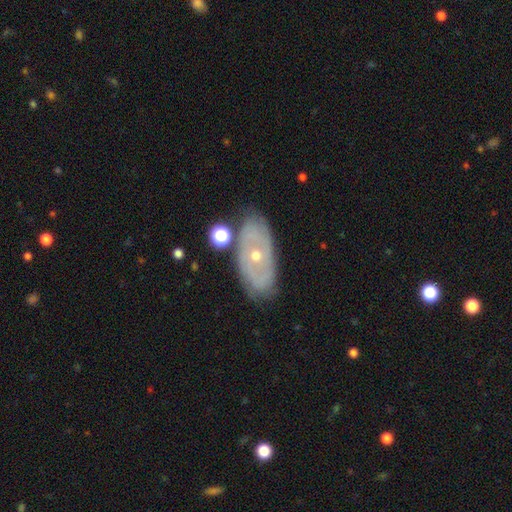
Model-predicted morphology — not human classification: smooth_or_featured: featured or disk (p=0.68) [alt: smooth p=0.24]
disk_edge_on: no (p=0.88) [alt: yes p=0.12]
bar: no (p=0.85) [alt: weak p=0.11]
has_spiral_arms: no (p=0.52) [alt: yes p=0.48]
bulge_size: small (p=0.56) [alt: moderate p=0.41]
merging: none (p=0.76) [alt: minor disturbance p=0.15]